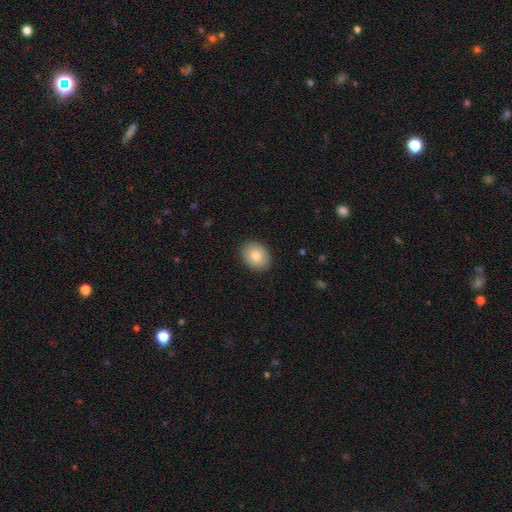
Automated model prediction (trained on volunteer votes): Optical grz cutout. It shows a smooth galaxy with no disk features (82%) that is in between round and cigar-shaped (58%). Merging: none (90%).